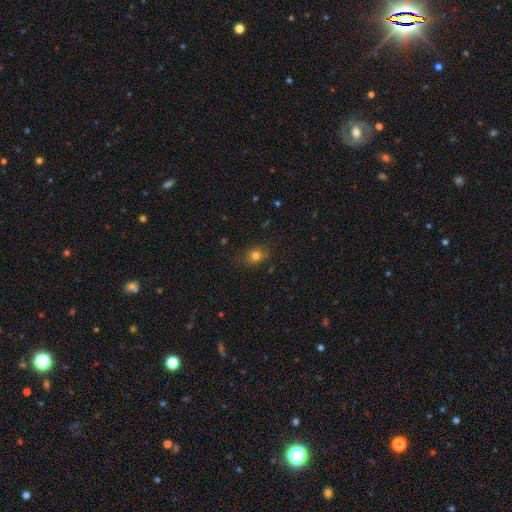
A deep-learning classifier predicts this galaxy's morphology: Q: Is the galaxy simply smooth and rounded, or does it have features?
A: smooth — 78%.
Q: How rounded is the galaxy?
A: round — 61%.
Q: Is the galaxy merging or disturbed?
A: none — 80%.